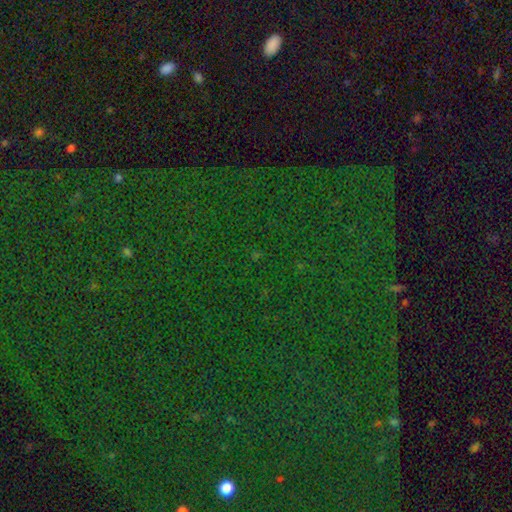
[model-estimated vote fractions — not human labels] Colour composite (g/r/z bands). It shows a star or artifact, not a galaxy (83%).